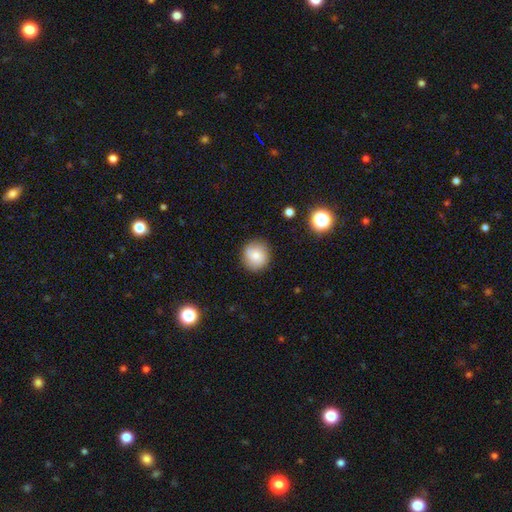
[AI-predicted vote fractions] A smooth galaxy with no disk features (75%) that is round (92%).

Vote fractions:
- Smooth or featured? smooth: 75% / featured or disk: 16% / star or artifact: 9%
- How rounded? round: 92% / in between: 7% / cigar-shaped: 1%
- Merging? none: 86% / minor disturbance: 10% / major disturbance: 3% / merger: 2%